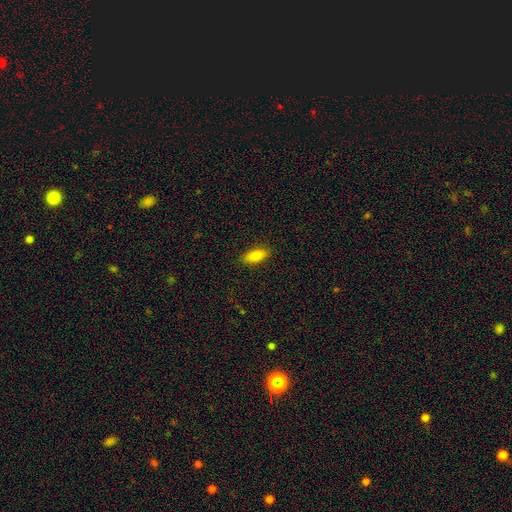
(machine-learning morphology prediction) Smooth or featured: smooth — 80% (featured or disk — 13%)
How rounded: in between — 79% (cigar-shaped — 18%)
Merging: none — 88% (minor disturbance — 9%)